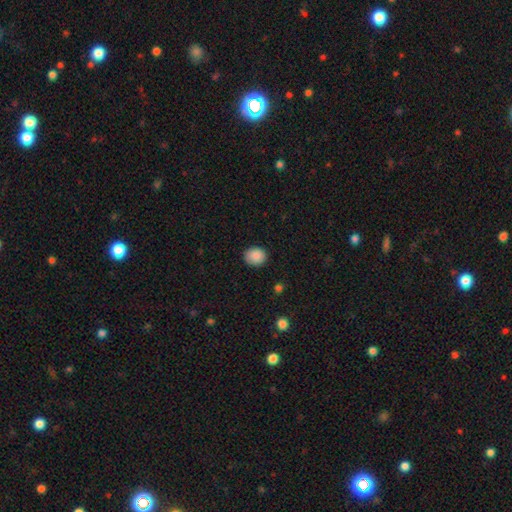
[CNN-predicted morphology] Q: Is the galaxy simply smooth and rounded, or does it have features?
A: smooth — 88%.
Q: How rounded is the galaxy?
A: round — 73%.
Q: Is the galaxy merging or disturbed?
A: none — 88%.